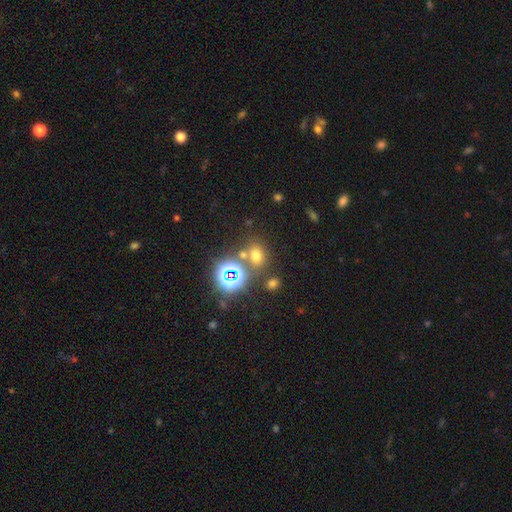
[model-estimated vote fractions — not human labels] A smooth galaxy with no disk features (59%) that is round (55%).

Vote fractions:
- Smooth or featured? smooth: 59% / star or artifact: 33% / featured or disk: 8%
- How rounded? round: 55% / in between: 43% / cigar-shaped: 1%
- Merging? none: 67% / merger: 17% / minor disturbance: 11% / major disturbance: 5%